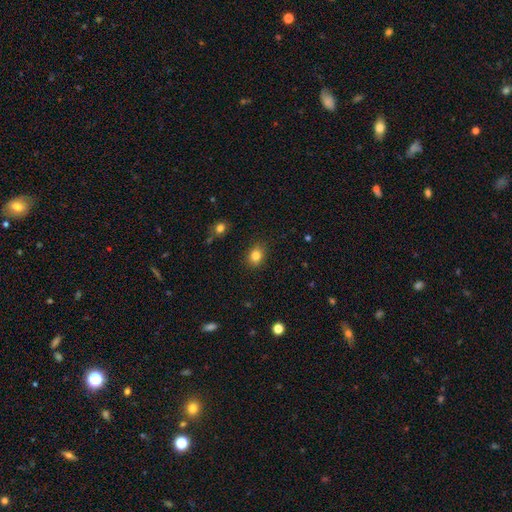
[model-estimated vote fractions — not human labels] A smooth galaxy with no disk features (82%) that is in between round and cigar-shaped (50%).

Vote fractions:
- Smooth or featured? smooth: 82% / star or artifact: 11% / featured or disk: 7%
- How rounded? in between: 50% / round: 49% / cigar-shaped: 1%
- Merging? none: 86% / minor disturbance: 10% / major disturbance: 2% / merger: 1%